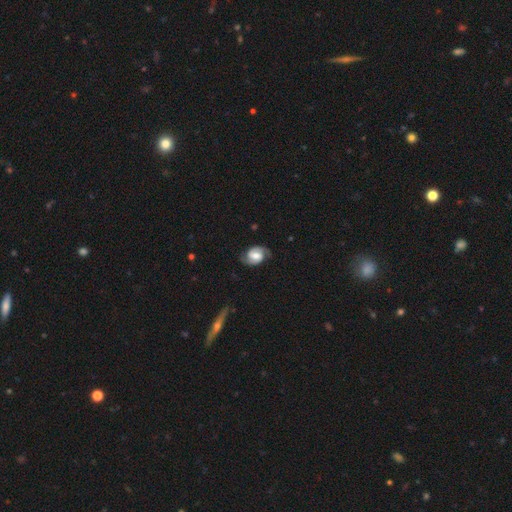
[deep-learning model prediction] Smooth or featured?
  - featured or disk: 79% *
  - smooth: 15%
  - star or artifact: 6%
Edge-on disk?
  - no: 97% *
  - yes: 3%
Bar?
  - weak: 46% *
  - no: 34%
  - strong: 20%
Spiral arms?
  - yes: 94% *
  - no: 6%
Spiral winding?
  - medium: 49% *
  - tight: 33%
  - loose: 18%
Spiral arm count?
  - 2: 92% *
  - can't tell: 4%
  - 1: 2%
  - 3: 1%
  - 4: 1%
  - more than 4: 1%
Bulge size?
  - moderate: 60% *
  - small: 17%
  - large: 17%
  - none: 3%
  - dominant: 2%
Merging?
  - none: 78% *
  - minor disturbance: 15%
  - major disturbance: 5%
  - merger: 1%